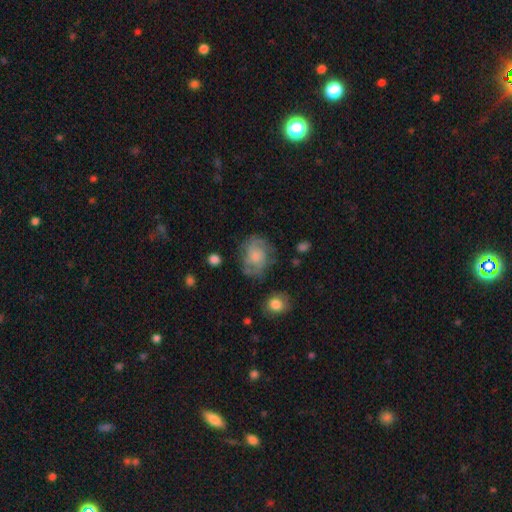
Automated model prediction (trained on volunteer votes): smooth_or_featured: featured or disk (p=0.59) [alt: smooth p=0.33]
disk_edge_on: no (p=0.97) [alt: yes p=0.03]
bar: no (p=0.72) [alt: weak p=0.25]
has_spiral_arms: yes (p=0.85) [alt: no p=0.15]
bulge_size: none (p=0.33) [alt: moderate p=0.26]
merging: none (p=0.66) [alt: minor disturbance p=0.20]